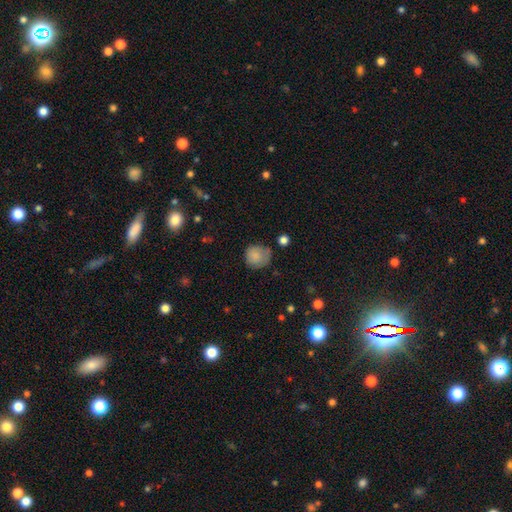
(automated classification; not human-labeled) Smooth or featured? Predicted: smooth (p=0.84). How rounded? Predicted: round (p=0.87). Merging? Predicted: none (p=0.61).